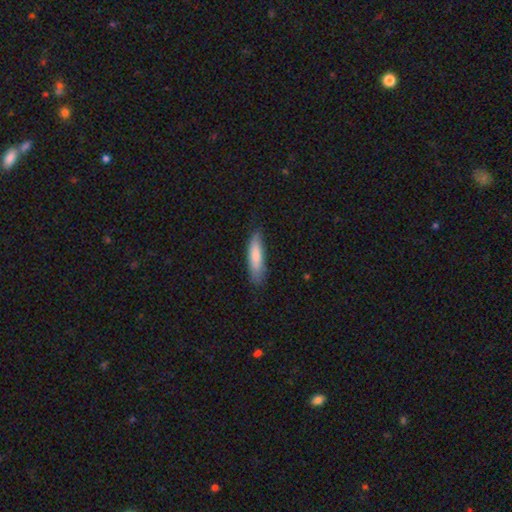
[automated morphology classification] A smooth galaxy with no disk features (79%) that is cigar-shaped (72%).

Vote fractions:
- Smooth or featured? smooth: 79% / featured or disk: 16% / star or artifact: 5%
- How rounded? cigar-shaped: 72% / in between: 27% / round: 1%
- Merging? none: 78% / minor disturbance: 17% / major disturbance: 3% / merger: 1%